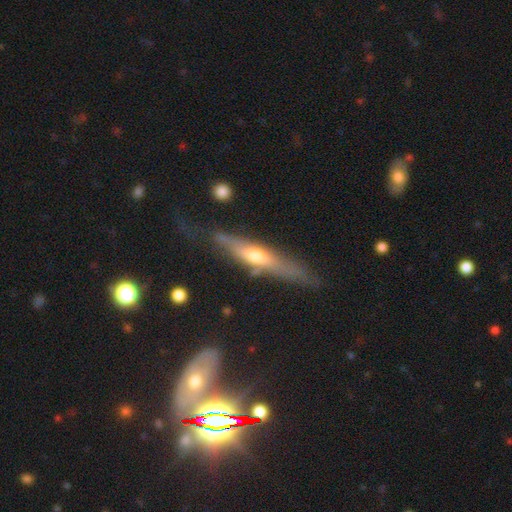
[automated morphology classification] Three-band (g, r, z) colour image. It shows a featured or disk galaxy (64%) viewed edge-on (87%) with a rounded central bulge (78%). Merging: none (70%).